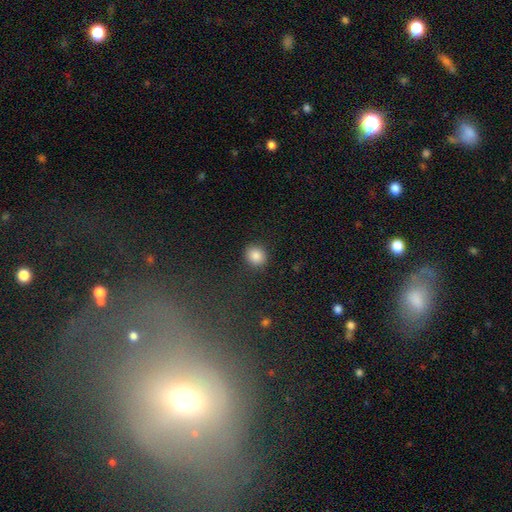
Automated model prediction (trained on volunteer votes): smooth-or-featured: smooth: 87% | star or artifact: 9% | featured or disk: 4%
  how-rounded: round: 83% | in between: 16% | cigar-shaped: 1%
  merging: none: 88% | minor disturbance: 8% | major disturbance: 3% | merger: 1%